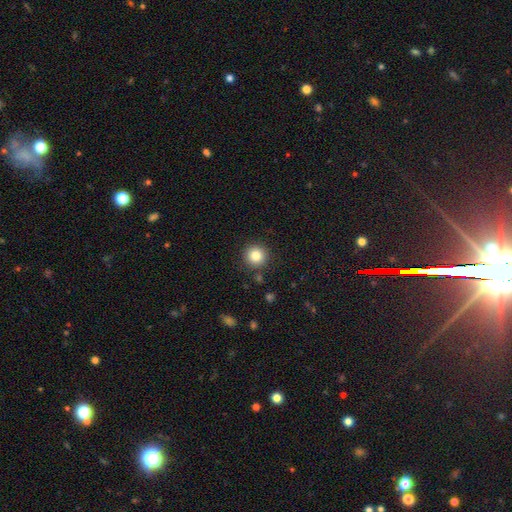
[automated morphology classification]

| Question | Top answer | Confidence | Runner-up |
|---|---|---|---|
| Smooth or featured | smooth | 82% | star or artifact (11%) |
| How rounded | round | 95% | in between (4%) |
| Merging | none | 89% | minor disturbance (6%) |